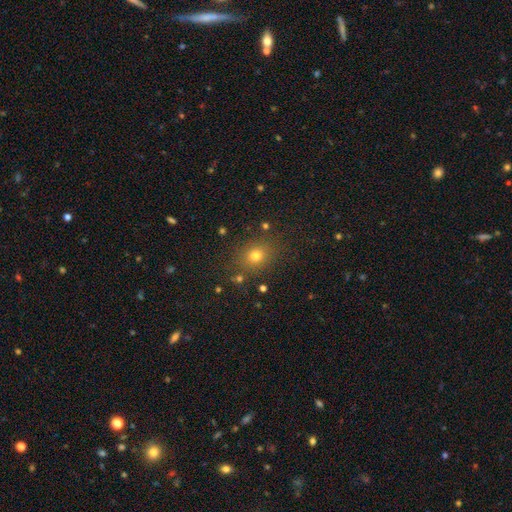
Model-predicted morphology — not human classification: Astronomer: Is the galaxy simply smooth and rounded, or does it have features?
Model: smooth — 73%.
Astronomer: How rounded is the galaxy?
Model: round — 66%.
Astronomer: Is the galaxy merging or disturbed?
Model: none — 84%.